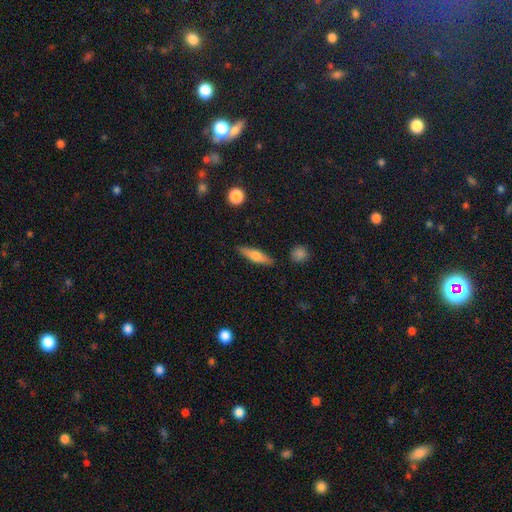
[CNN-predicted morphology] Q: Smooth or featured?
A: smooth (52%); runner-up: featured or disk (42%)
Q: How rounded?
A: cigar-shaped (71%); runner-up: in between (26%)
Q: Merging?
A: none (87%); runner-up: minor disturbance (9%)